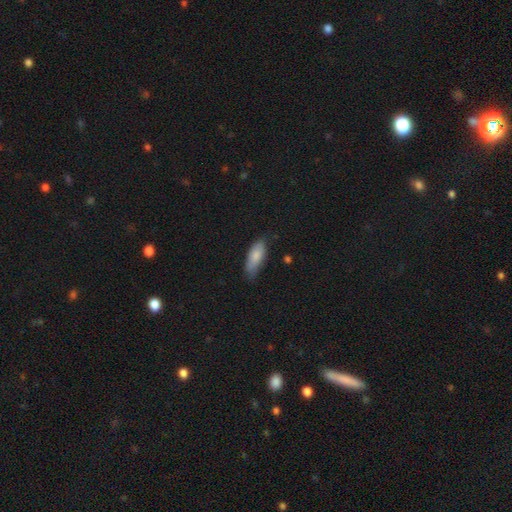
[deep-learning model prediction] smooth-or-featured: smooth: 81% | featured or disk: 13% | star or artifact: 6%
  how-rounded: in between: 75% | cigar-shaped: 23% | round: 2%
  merging: none: 61% | minor disturbance: 31% | major disturbance: 6% | merger: 2%